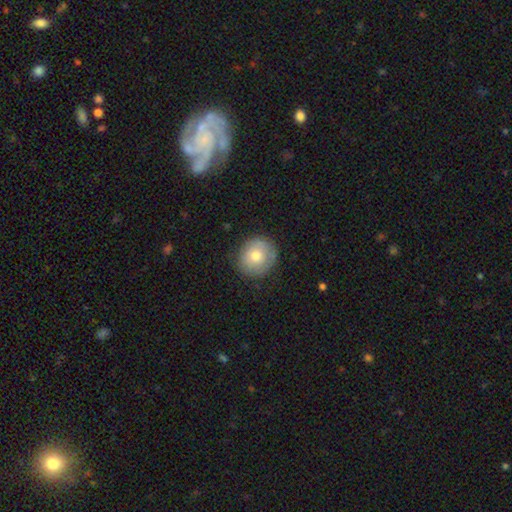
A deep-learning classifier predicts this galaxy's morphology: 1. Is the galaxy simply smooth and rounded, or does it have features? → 73% smooth, 19% featured or disk, 8% star or artifact.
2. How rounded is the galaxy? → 87% round, 12% in between, 1% cigar-shaped.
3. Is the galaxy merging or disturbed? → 82% none, 14% minor disturbance, 3% major disturbance, 1% merger.